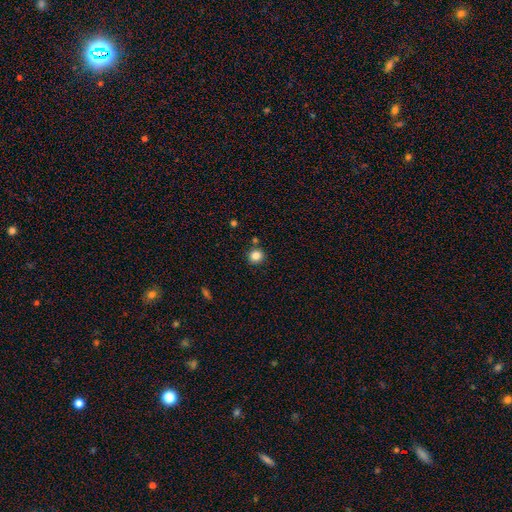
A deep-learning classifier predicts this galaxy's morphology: Smooth or featured?
  - smooth: 85% *
  - star or artifact: 11%
  - featured or disk: 4%
How rounded?
  - round: 88% *
  - in between: 11%
  - cigar-shaped: 1%
Merging?
  - none: 84% *
  - minor disturbance: 8%
  - merger: 6%
  - major disturbance: 2%